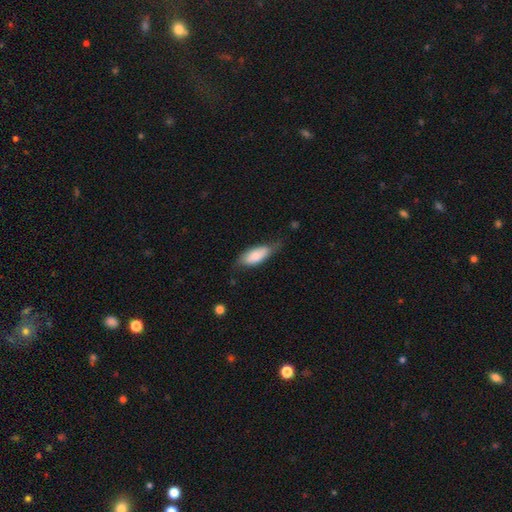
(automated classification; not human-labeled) A smooth galaxy with no disk features (76%) that is in between round and cigar-shaped (78%).

Vote fractions:
- Smooth or featured? smooth: 76% / featured or disk: 18% / star or artifact: 6%
- How rounded? in between: 78% / cigar-shaped: 20% / round: 2%
- Merging? none: 55% / minor disturbance: 33% / major disturbance: 9% / merger: 2%